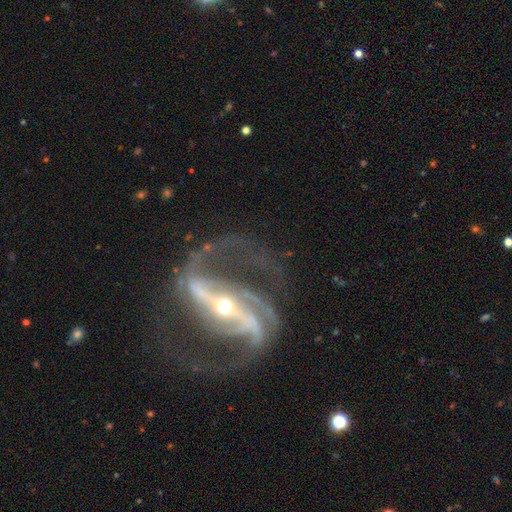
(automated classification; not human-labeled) Overall: featured or disk (92%). Edge-on disk: no (95%). Bar: strong (76%). Spiral arms: yes (98%). Spiral arm count: 2 (82%). Spiral winding: medium (50%; loose 34%). Bulge size: small (60%; moderate 36%). Merging: none (65%).